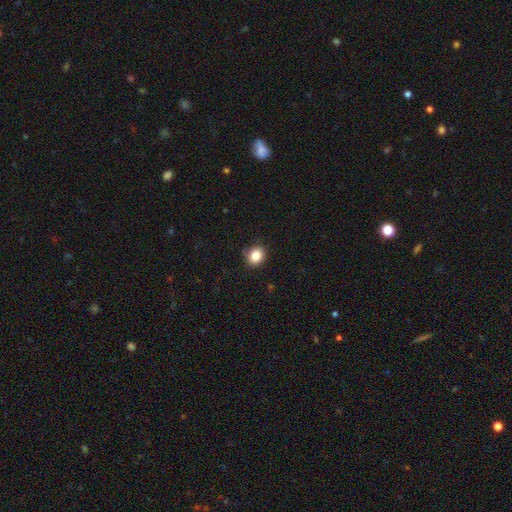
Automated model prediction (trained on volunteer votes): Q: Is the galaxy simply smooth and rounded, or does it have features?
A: smooth — 85%.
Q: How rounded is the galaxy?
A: round — 71%.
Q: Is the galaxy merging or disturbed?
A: none — 85%.